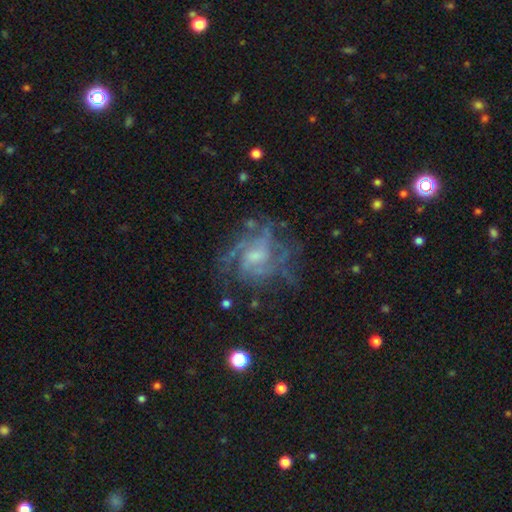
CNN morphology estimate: type=featured or disk (80%); edge-on=no (97%); bar=no (52%); spiral arms=yes (86%); winding=medium (45%); arm count=can't tell (39%); bulge=small (47%); merging=none (60%).